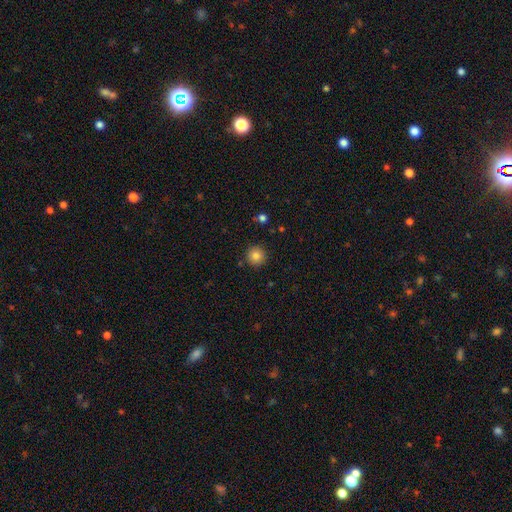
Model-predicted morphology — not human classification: smooth 84%, star or artifact 11%, featured or disk 6%. Down the decision tree: how rounded — round (95%); merging — none (90%).